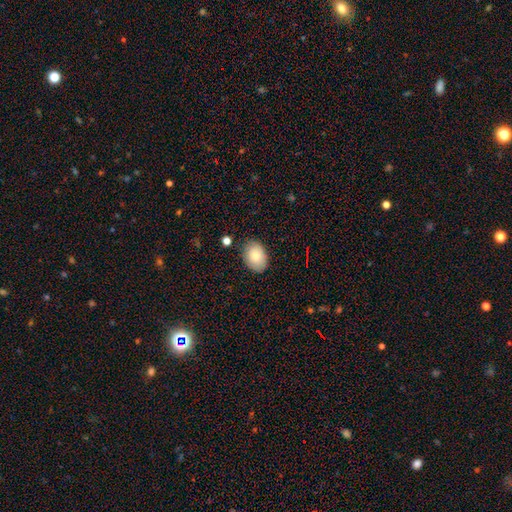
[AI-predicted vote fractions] A smooth galaxy with no disk features (82%) that is in between round and cigar-shaped (80%). Merging: none (84%).